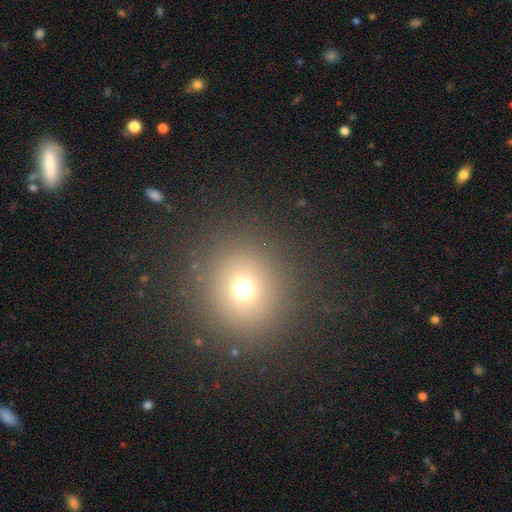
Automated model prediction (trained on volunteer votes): This is likely a smooth galaxy (64%). How rounded: clearly round (92%). Merging: clearly none (90%).